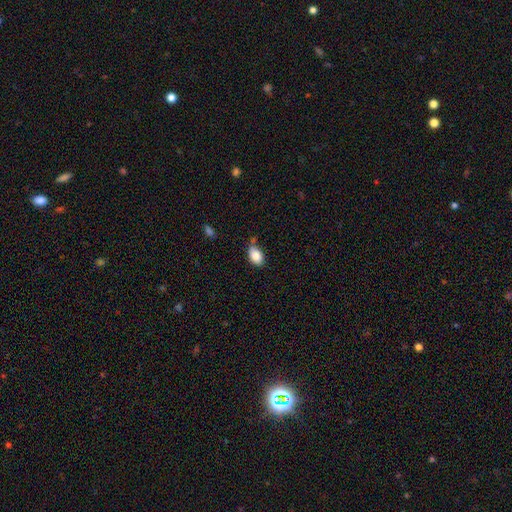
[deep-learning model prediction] A smooth galaxy with no disk features (87%) that is in between round and cigar-shaped (87%).

Vote fractions:
- Smooth or featured? smooth: 87% / star or artifact: 8% / featured or disk: 5%
- How rounded? in between: 87% / round: 11% / cigar-shaped: 1%
- Merging? none: 63% / minor disturbance: 25% / merger: 8% / major disturbance: 5%